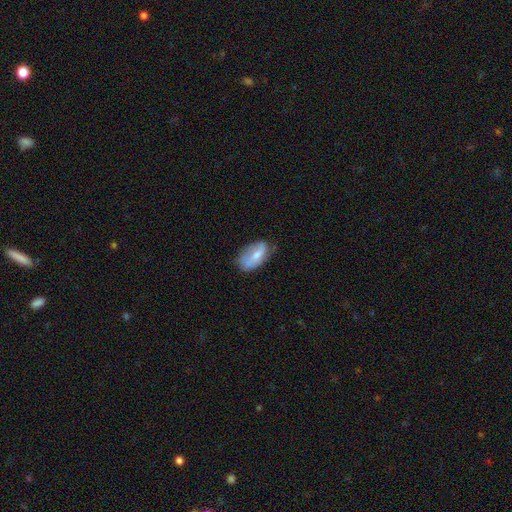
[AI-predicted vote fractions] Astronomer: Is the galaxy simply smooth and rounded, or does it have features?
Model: smooth — 64%.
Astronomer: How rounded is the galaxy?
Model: in between — 93%.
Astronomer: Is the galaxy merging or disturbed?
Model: none — 53% (runner-up: minor disturbance, 33%).